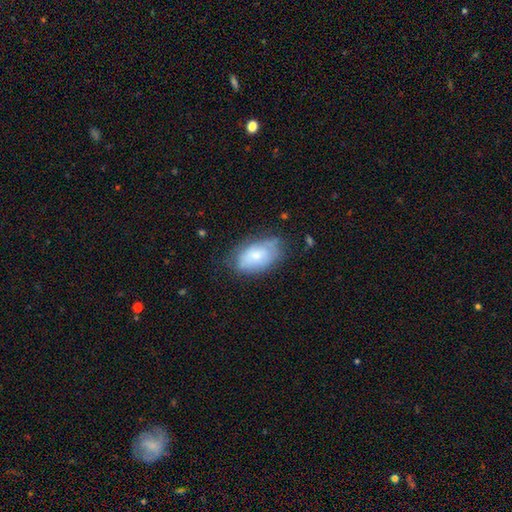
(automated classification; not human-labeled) Overall: smooth (69%). How rounded: in between (93%). Merging: none (61%; minor disturbance 28%).